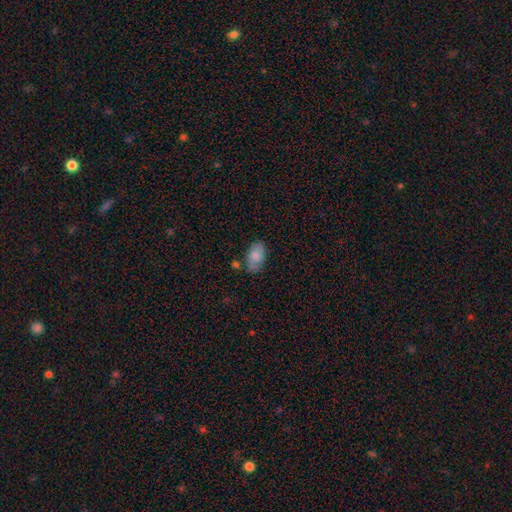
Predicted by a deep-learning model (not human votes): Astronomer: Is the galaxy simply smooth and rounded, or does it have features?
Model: smooth — 77%.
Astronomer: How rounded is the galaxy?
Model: in between — 93%.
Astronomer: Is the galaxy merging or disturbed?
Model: none — 67%.